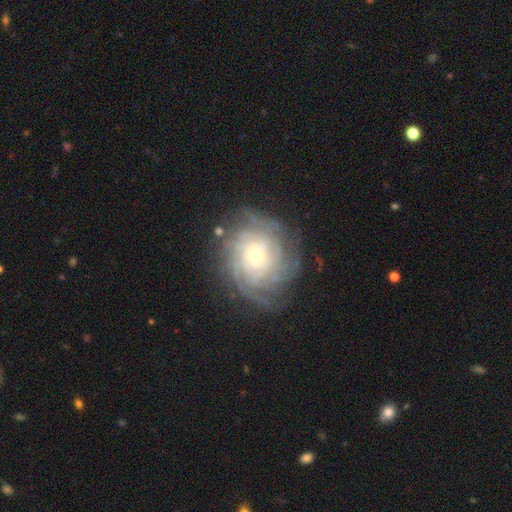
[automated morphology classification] featured or disk 78%, smooth 12%, star or artifact 10%. Down the decision tree: edge-on disk — no (97%); bar — no (77%); spiral arms — yes (94%); spiral arm count — can't tell (41%); spiral winding — tight (77%); bulge size — small (50%); merging — none (79%).